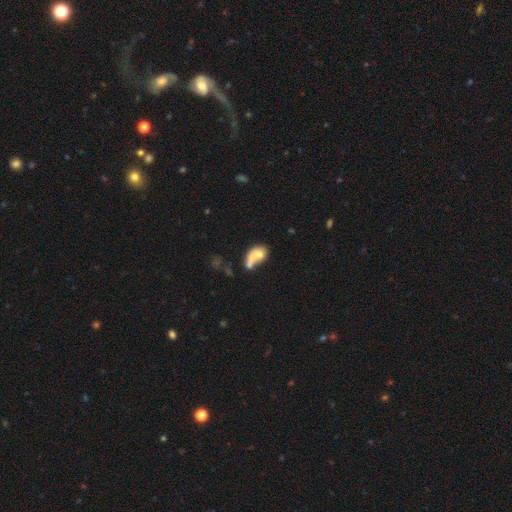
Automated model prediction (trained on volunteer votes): smooth 59%, featured or disk 31%, star or artifact 10%. Down the decision tree: how rounded — in between (67%); merging — merger (59%).